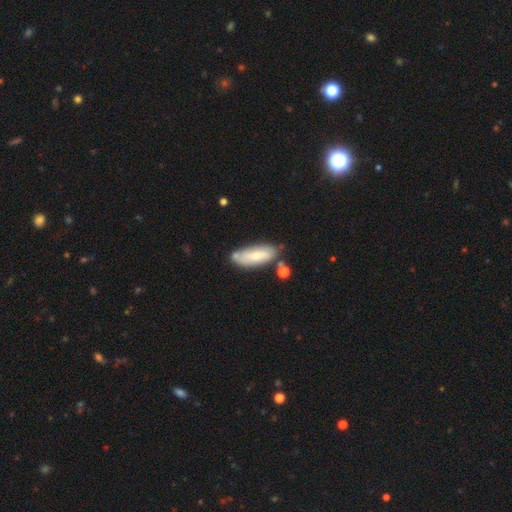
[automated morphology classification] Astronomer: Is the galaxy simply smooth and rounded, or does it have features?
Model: smooth — 64%.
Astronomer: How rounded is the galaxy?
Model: in between — 68%.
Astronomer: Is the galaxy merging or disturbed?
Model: none — 62%.